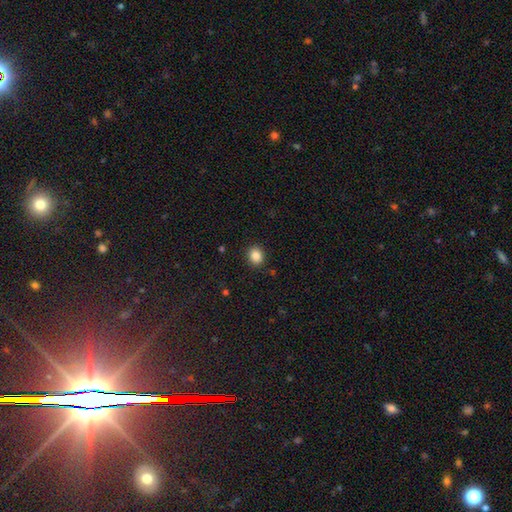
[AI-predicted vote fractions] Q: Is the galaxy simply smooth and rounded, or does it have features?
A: smooth — 85%.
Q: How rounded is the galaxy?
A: round — 68%.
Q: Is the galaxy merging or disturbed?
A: none — 90%.